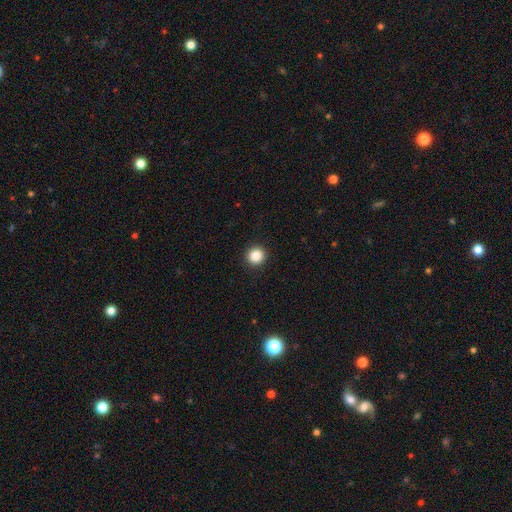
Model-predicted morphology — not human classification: Overall: smooth (87%). How rounded: round (92%). Merging: none (93%).